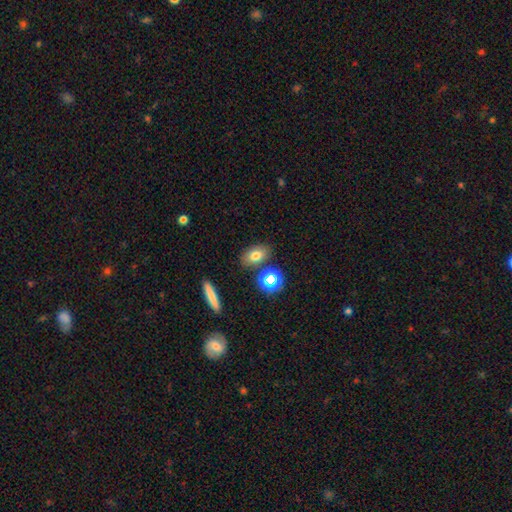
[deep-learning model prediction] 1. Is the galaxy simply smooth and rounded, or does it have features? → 74% smooth, 13% star or artifact, 13% featured or disk.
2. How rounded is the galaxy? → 80% in between, 16% round, 4% cigar-shaped.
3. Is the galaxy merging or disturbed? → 81% none, 9% minor disturbance, 7% merger, 3% major disturbance.